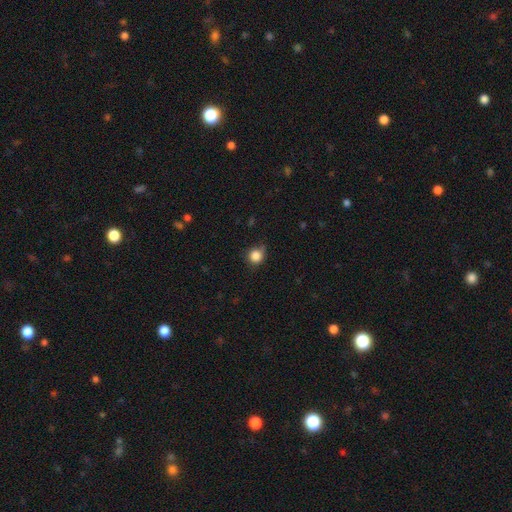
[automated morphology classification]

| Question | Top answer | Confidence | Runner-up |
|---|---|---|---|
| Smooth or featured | smooth | 85% | star or artifact (10%) |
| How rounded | round | 87% | in between (12%) |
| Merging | none | 67% | minor disturbance (26%) |